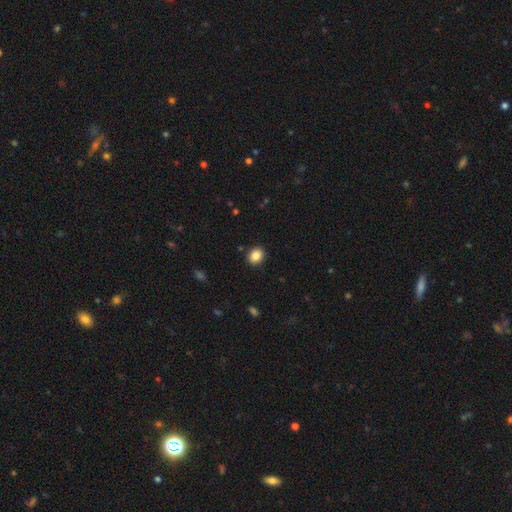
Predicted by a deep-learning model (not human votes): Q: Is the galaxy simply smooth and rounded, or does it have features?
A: smooth — 86%.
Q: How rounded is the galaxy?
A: round — 56%.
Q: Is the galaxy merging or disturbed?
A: none — 90%.